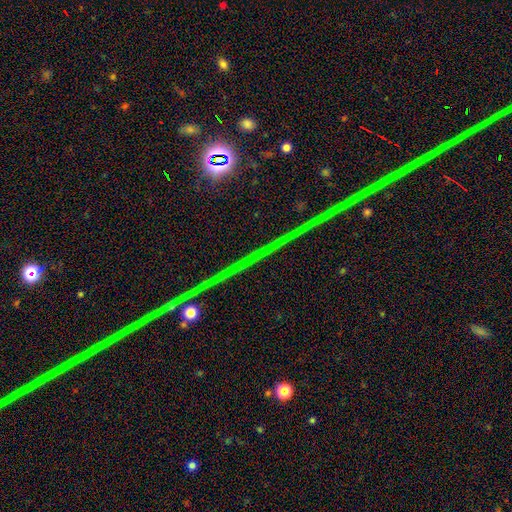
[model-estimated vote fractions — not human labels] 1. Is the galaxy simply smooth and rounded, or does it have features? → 85% star or artifact, 9% featured or disk, 6% smooth.